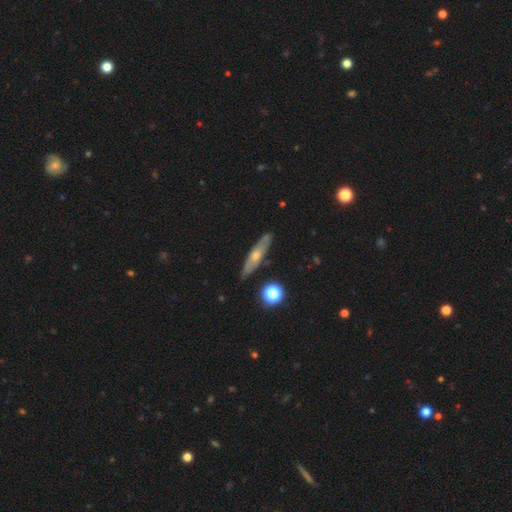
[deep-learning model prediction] Smooth or featured? featured or disk (55%)
Edge-on disk? yes (79%)
Merging? none (87%)